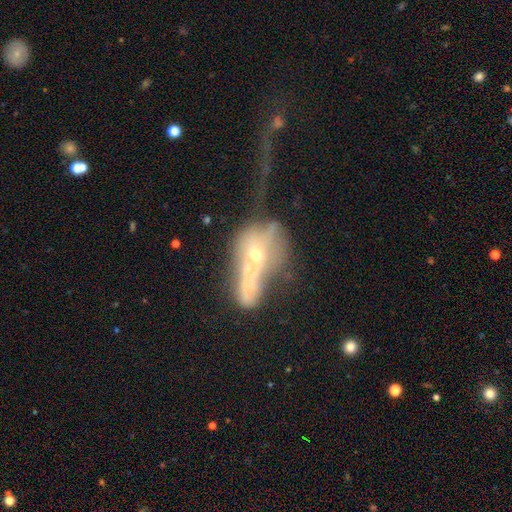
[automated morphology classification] featured or disk 50%, smooth 36%, star or artifact 13%. Down the decision tree: edge-on disk — no (88%); merging — merger (65%).